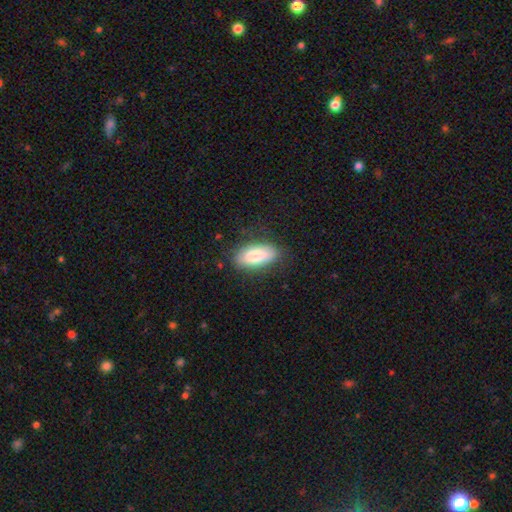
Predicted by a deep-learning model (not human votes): A smooth galaxy with no disk features (82%) that is in between round and cigar-shaped (88%). Merging: none (81%).